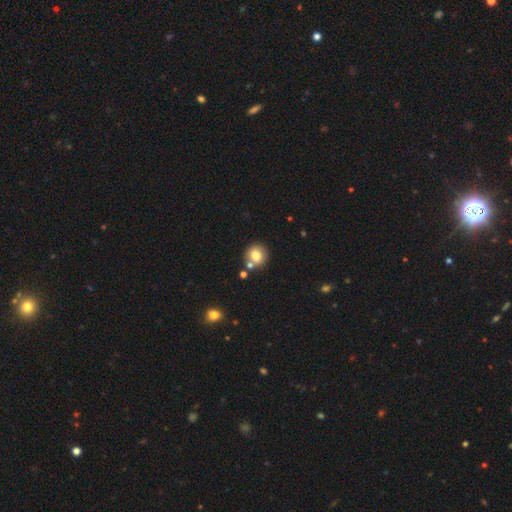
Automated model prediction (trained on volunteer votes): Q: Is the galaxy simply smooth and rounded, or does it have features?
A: smooth — 78%.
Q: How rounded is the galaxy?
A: round — 87%.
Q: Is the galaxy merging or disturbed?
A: none — 70%.